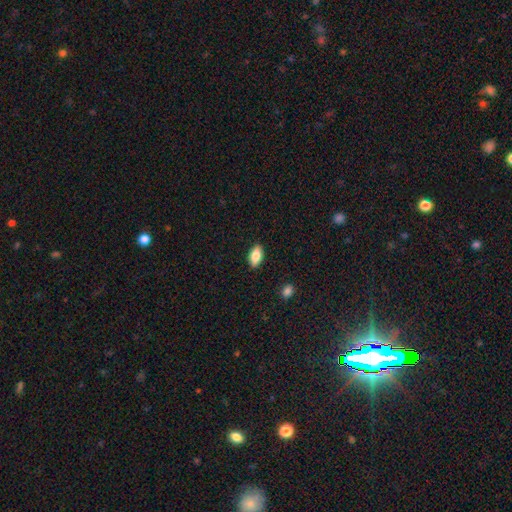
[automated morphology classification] The model was most divided on "smooth or featured": smooth: 80%, featured or disk: 13%, star or artifact: 7%. More confident: how rounded — in between (90%); merging — none (89%).